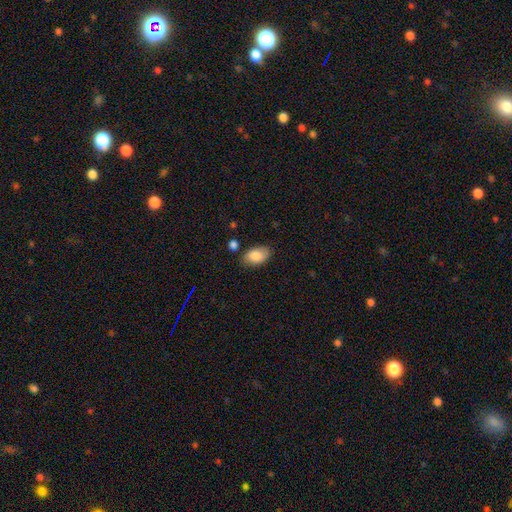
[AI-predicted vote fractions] The model was most divided on "merging": none: 75%, minor disturbance: 18%, major disturbance: 4%, merger: 3%. More confident: how rounded — in between (92%); smooth or featured — smooth (82%).